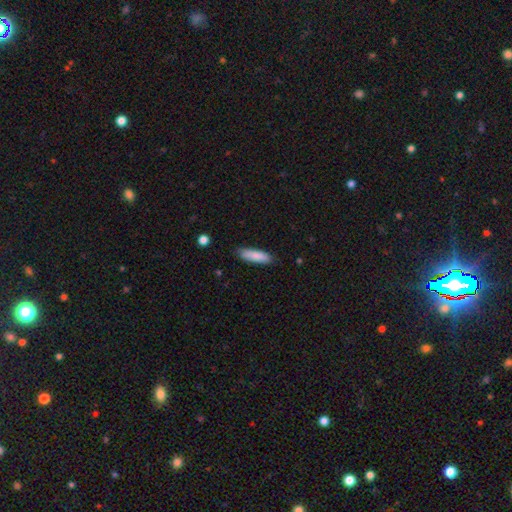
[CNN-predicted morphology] Overall: smooth (84%). How rounded: cigar-shaped (55%; in between 43%). Merging: none (84%).